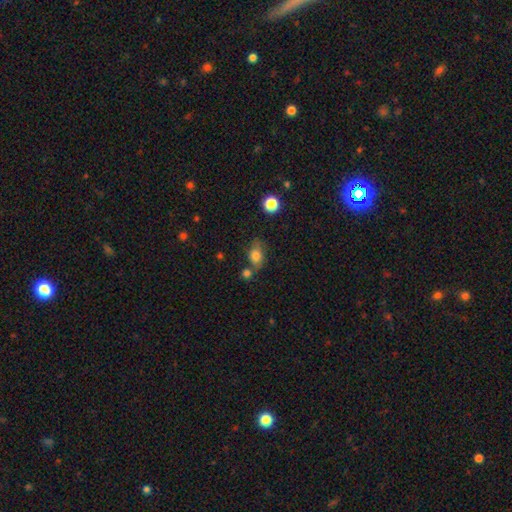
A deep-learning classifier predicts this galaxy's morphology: The model was most divided on "merging": none: 57%, minor disturbance: 20%, merger: 16%, major disturbance: 7%. More confident: smooth or featured — smooth (78%); how rounded — in between (72%).